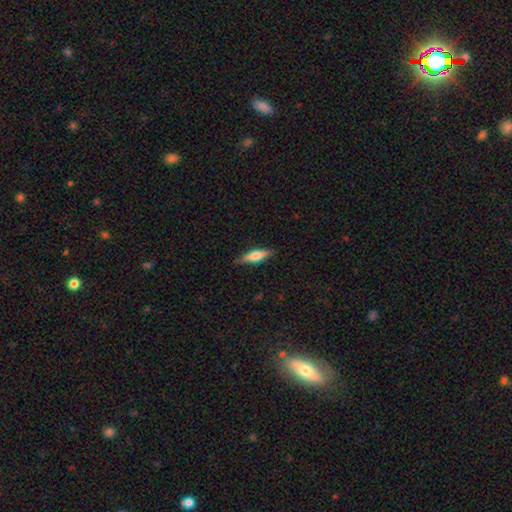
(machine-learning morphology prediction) Q: Smooth or featured?
A: smooth (56%); runner-up: featured or disk (38%)
Q: How rounded?
A: cigar-shaped (58%); runner-up: in between (39%)
Q: Merging?
A: none (83%); runner-up: minor disturbance (13%)